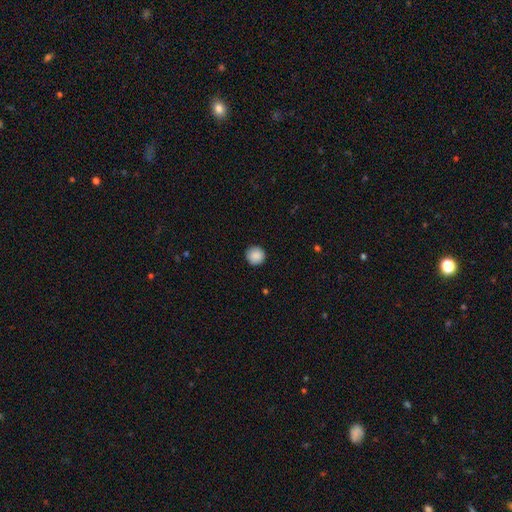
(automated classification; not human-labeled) A smooth galaxy with no disk features (89%) that is round (95%). Merging: none (91%).